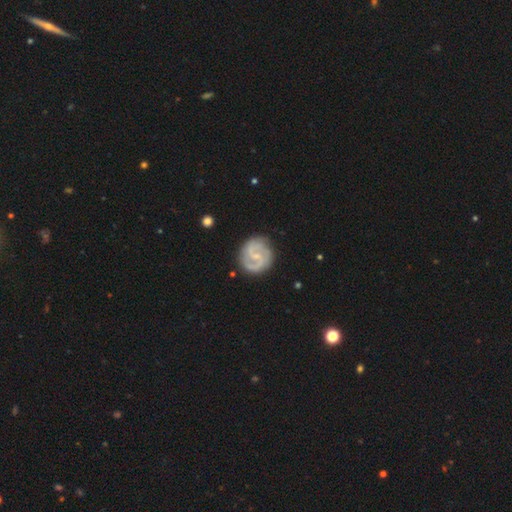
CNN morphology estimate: This is clearly a featured or disk galaxy (84%). It is clearly not viewed edge-on (98%). Bar: possibly weak (52%). Spiral arm pattern: clearly yes (96%). Spiral arm count: clearly 2 (84%). Spiral winding: possibly medium (49%). Central bulge: likely small (68%). Merging: clearly none (83%).